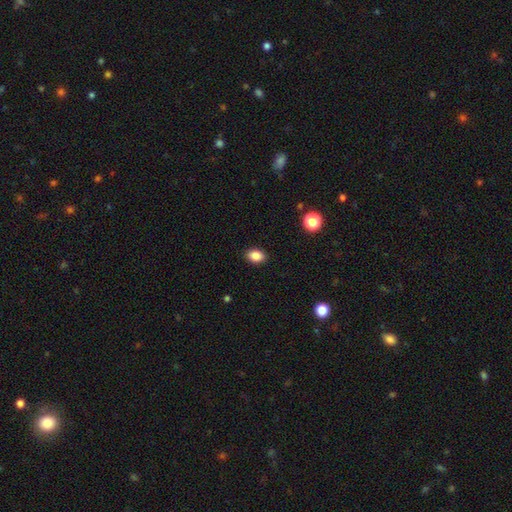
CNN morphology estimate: The model was most divided on "how rounded": in between: 80%, round: 18%, cigar-shaped: 1%. More confident: merging — none (90%); smooth or featured — smooth (87%).